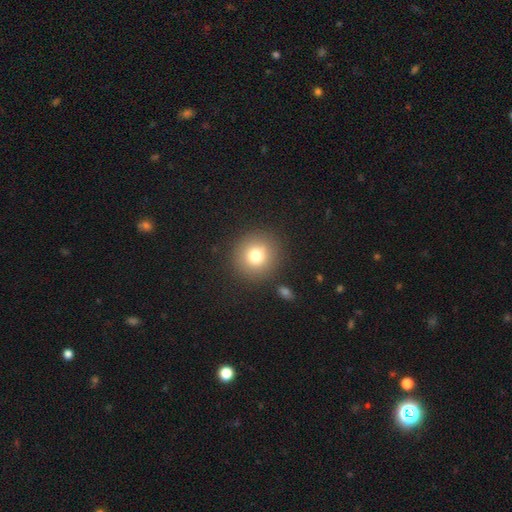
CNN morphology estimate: Smooth or featured? Predicted: smooth (p=0.77). How rounded? Predicted: round (p=0.93). Merging? Predicted: none (p=0.87).